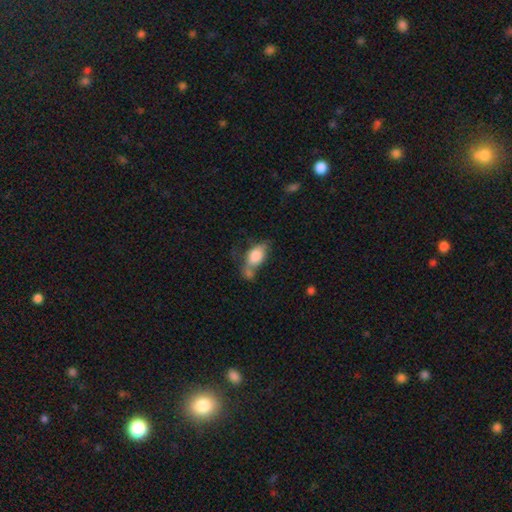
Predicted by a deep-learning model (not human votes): Smooth or featured? smooth (78%)
How rounded? in between (87%)
Merging? merger (35%)